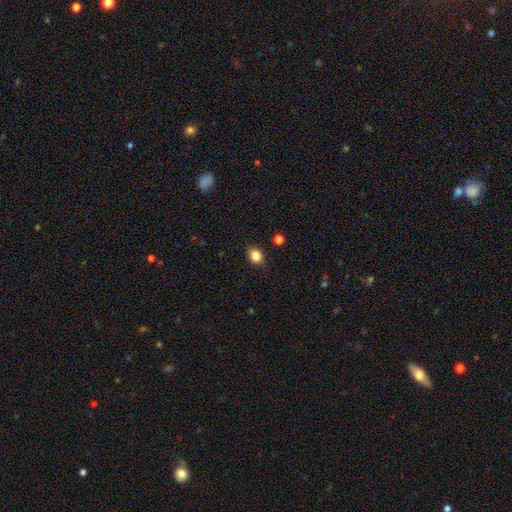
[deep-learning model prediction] smooth-or-featured: smooth: 84% | star or artifact: 11% | featured or disk: 6%
  how-rounded: round: 59% | in between: 40% | cigar-shaped: 1%
  merging: none: 86% | minor disturbance: 10% | major disturbance: 2% | merger: 1%